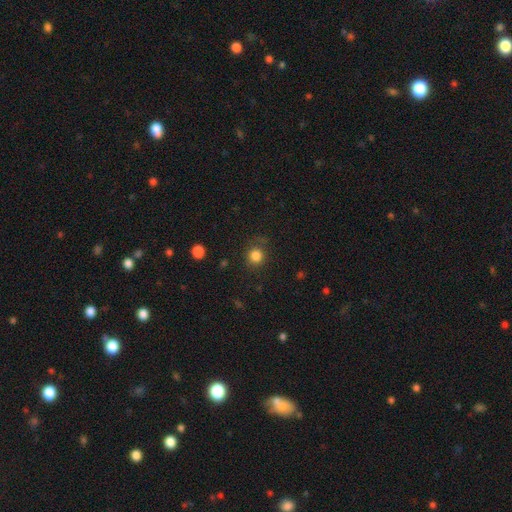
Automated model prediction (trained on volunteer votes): Morphology: type=smooth (83%); roundness=round (89%); merging=none (81%).